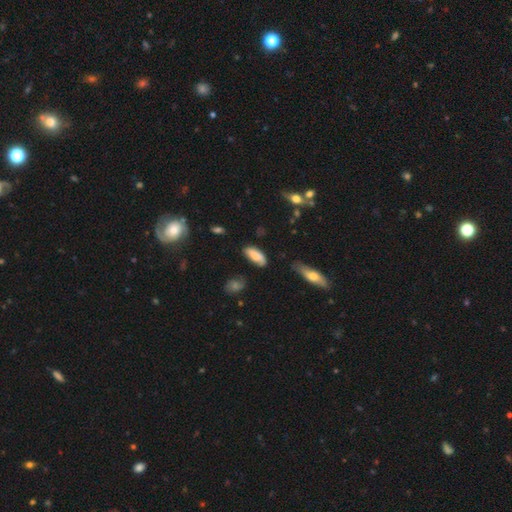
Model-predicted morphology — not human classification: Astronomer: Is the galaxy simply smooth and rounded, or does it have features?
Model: smooth — 75%.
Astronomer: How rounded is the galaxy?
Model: in between — 81%.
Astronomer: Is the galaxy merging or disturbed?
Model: none — 68%.